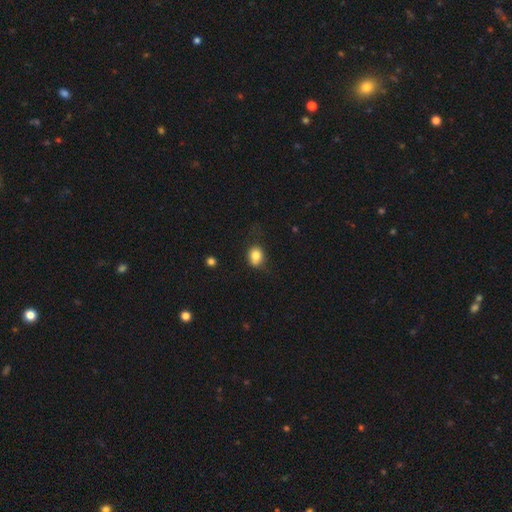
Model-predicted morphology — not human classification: The model was most divided on "how rounded": round: 52%, in between: 47%, cigar-shaped: 1%. More confident: smooth or featured — smooth (81%); merging — none (62%).